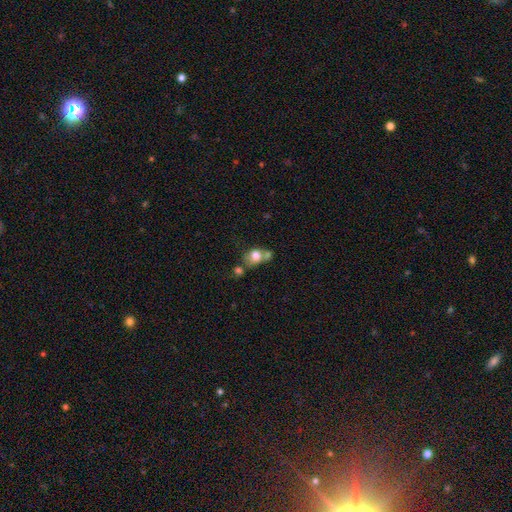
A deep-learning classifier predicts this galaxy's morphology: Overall: smooth (74%). How rounded: round (51%; in between 47%). Merging: merger (51%; none 29%).